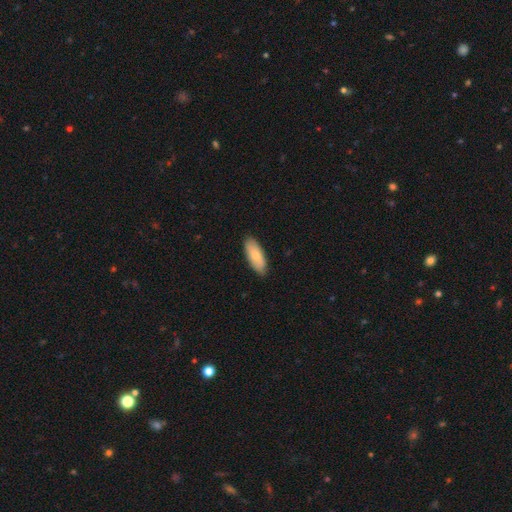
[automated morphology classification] smooth_or_featured: smooth (p=0.78) [alt: featured or disk p=0.17]
how_rounded: in between (p=0.76) [alt: cigar-shaped p=0.22]
merging: none (p=0.87) [alt: minor disturbance p=0.10]